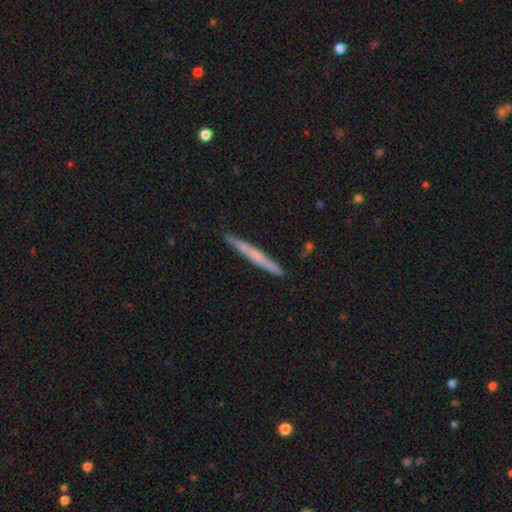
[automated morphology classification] smooth_or_featured: featured or disk (p=0.48) [alt: smooth p=0.46]
merging: none (p=0.88) [alt: minor disturbance p=0.09]